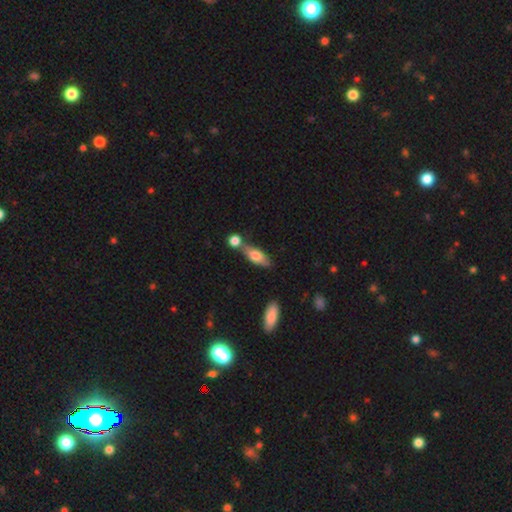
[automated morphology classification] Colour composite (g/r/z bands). It shows a smooth galaxy with no disk features (71%) that is in between round and cigar-shaped (70%). Merging: none (48%).